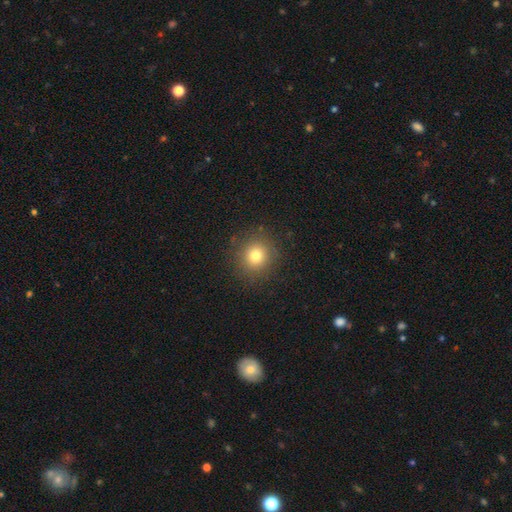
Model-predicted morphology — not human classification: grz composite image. It shows a smooth galaxy with no disk features (77%) that is round (90%). Merging: none (89%).